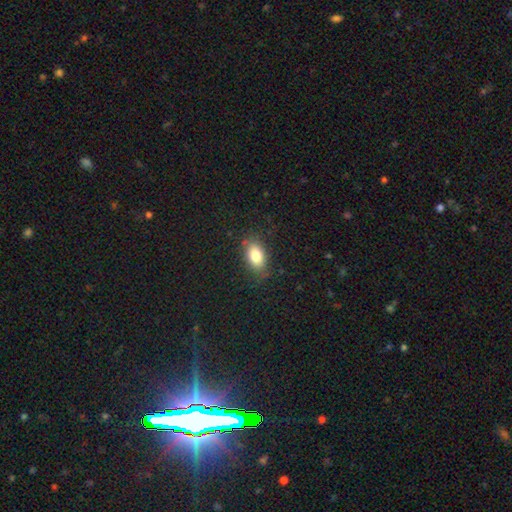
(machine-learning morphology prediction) A smooth galaxy with no disk features (81%) that is in between round and cigar-shaped (88%).

Vote fractions:
- Smooth or featured? smooth: 81% / featured or disk: 10% / star or artifact: 9%
- How rounded? in between: 88% / round: 9% / cigar-shaped: 3%
- Merging? none: 80% / minor disturbance: 15% / major disturbance: 4% / merger: 1%